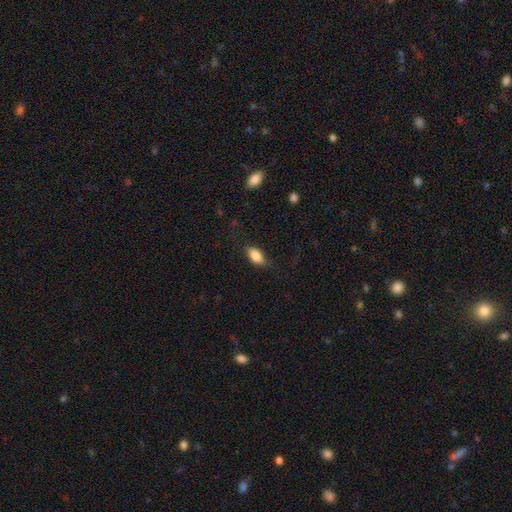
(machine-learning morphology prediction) The model was most divided on "merging": none: 78%, minor disturbance: 15%, major disturbance: 5%, merger: 1%. More confident: how rounded — in between (89%); smooth or featured — smooth (85%).